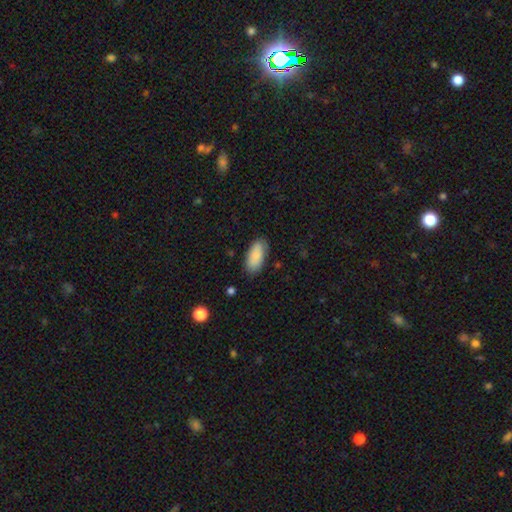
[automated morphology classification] The model was most divided on "merging": none: 82%, minor disturbance: 14%, major disturbance: 3%, merger: 1%. More confident: how rounded — in between (90%); smooth or featured — smooth (86%).